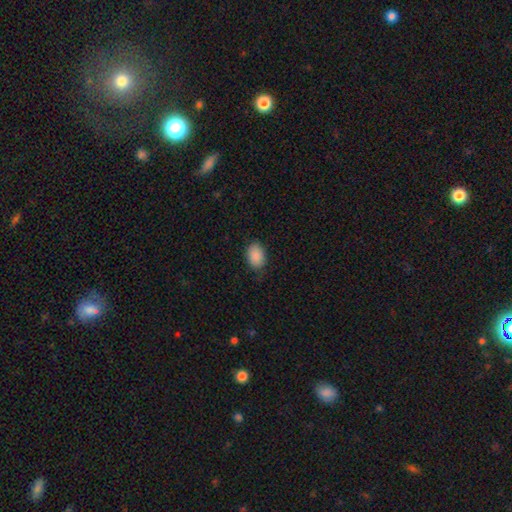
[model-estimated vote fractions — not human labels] The model was most divided on "merging": none: 82%, minor disturbance: 14%, major disturbance: 3%, merger: 1%. More confident: smooth or featured — smooth (89%); how rounded — in between (84%).